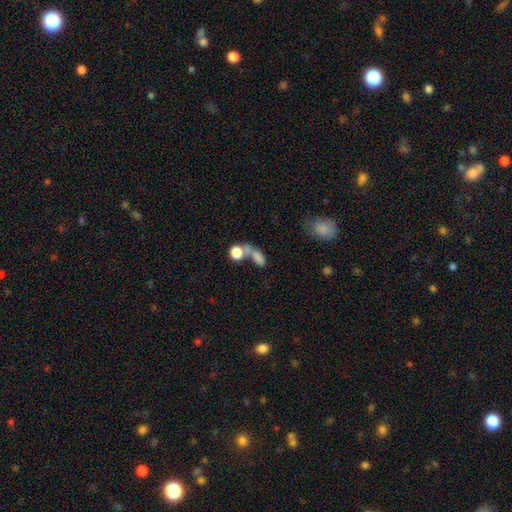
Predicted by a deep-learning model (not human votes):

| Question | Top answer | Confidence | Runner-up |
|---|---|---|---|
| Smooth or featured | smooth | 75% | featured or disk (13%) |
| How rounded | in between | 63% | round (31%) |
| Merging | merger | 53% | none (26%) |